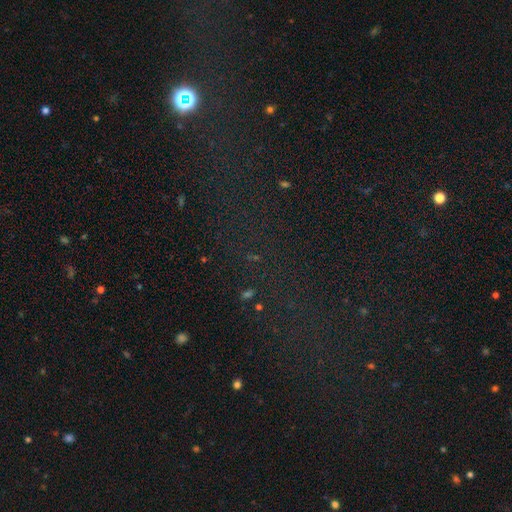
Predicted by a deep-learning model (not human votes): Morphology: type=star or artifact (69%).